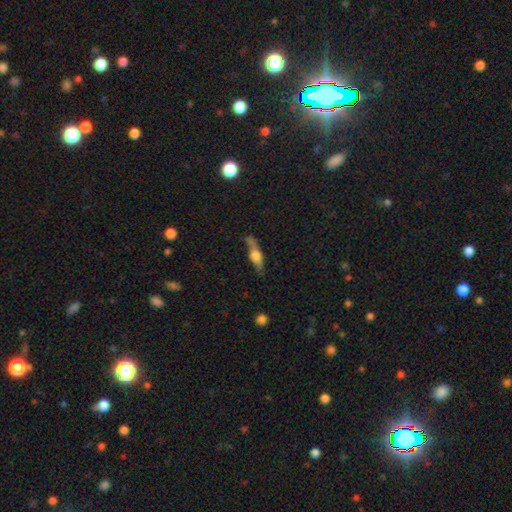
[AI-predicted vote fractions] The model was most divided on "smooth or featured": featured or disk: 53%, smooth: 40%, star or artifact: 7%. More confident: edge-on disk — yes (92%); merging — none (69%).